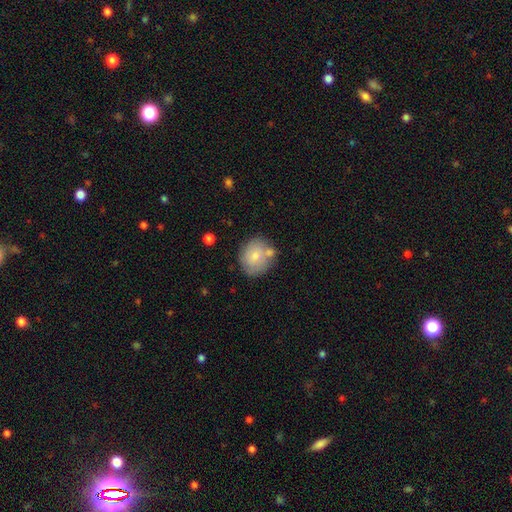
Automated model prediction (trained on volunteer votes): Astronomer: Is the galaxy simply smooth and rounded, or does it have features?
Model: smooth — 71%.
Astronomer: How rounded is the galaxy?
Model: round — 74%.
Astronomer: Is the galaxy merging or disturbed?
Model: none — 59%.